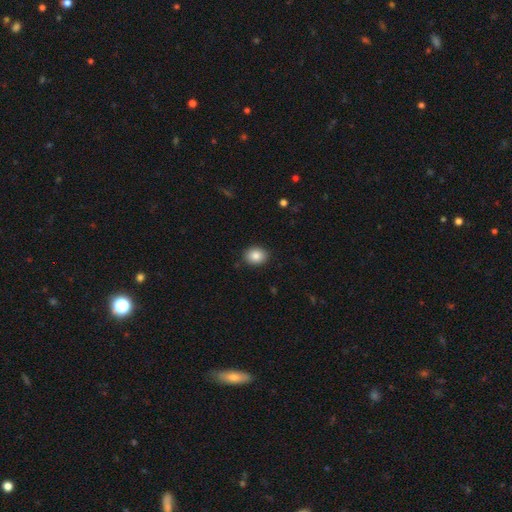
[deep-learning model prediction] A smooth galaxy with no disk features (86%) that is round (52%). Merging: none (89%).